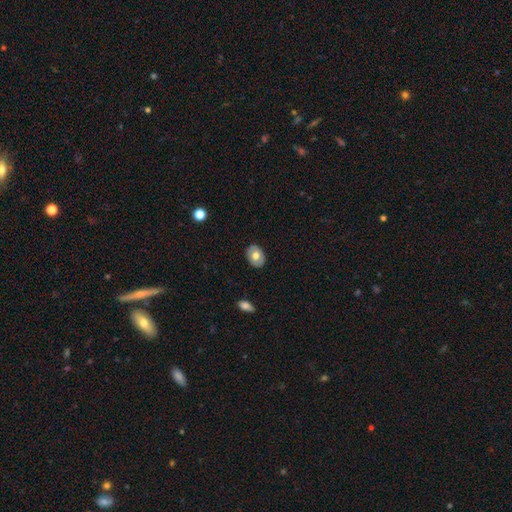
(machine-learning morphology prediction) This appears to be a smooth galaxy with no disk features (63%) that is in between round and cigar-shaped (69%). Merging: none (88%).